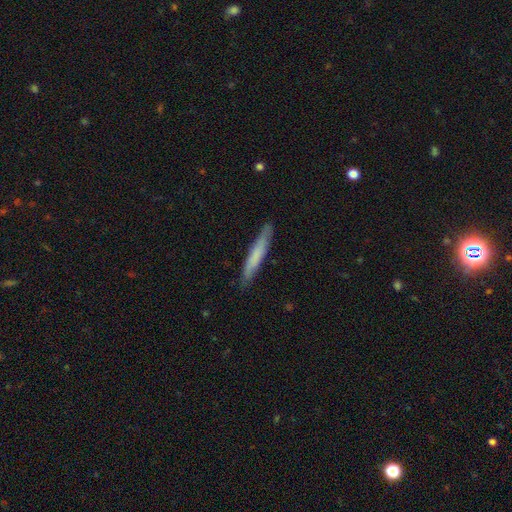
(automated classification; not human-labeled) smooth 66%, featured or disk 29%, star or artifact 5%. Down the decision tree: how rounded — cigar-shaped (95%); merging — none (87%).